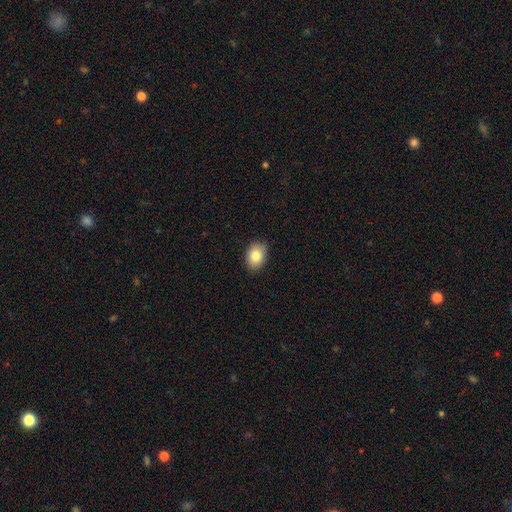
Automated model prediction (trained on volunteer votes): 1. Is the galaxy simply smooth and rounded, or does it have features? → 82% smooth, 10% featured or disk, 8% star or artifact.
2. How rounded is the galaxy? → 75% in between, 24% round, 1% cigar-shaped.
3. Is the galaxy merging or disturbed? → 85% none, 12% minor disturbance, 2% major disturbance, 1% merger.